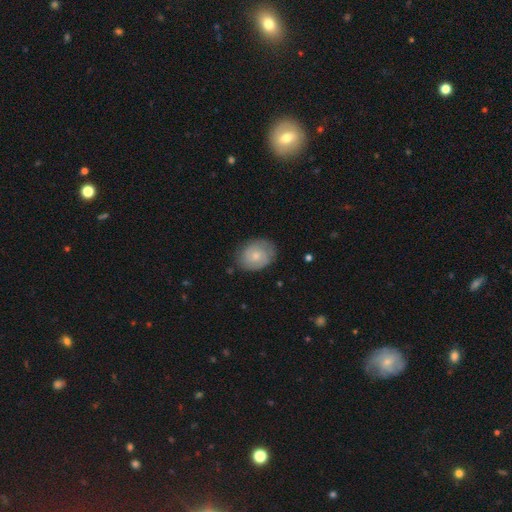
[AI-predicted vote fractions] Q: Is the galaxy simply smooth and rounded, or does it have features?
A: smooth — 47%, tied with featured or disk.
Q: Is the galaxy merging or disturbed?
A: none — 76%.